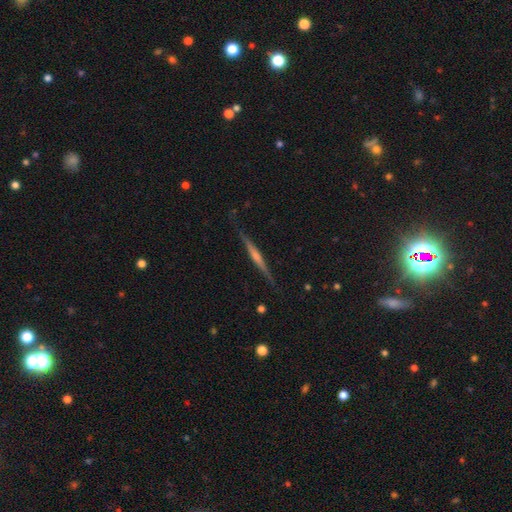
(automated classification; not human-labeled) Smooth or featured? Predicted: featured or disk (p=0.70). Edge-on disk? Predicted: yes (p=0.96). Edge-on bulge? Predicted: rounded (p=0.66). Merging? Predicted: none (p=0.85).